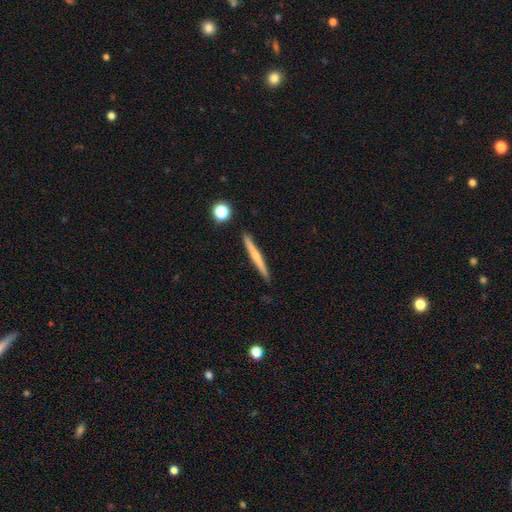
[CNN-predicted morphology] smooth_or_featured: smooth (p=0.50) [alt: featured or disk p=0.43]
how_rounded: cigar-shaped (p=0.96) [alt: in between p=0.02]
merging: none (p=0.88) [alt: minor disturbance p=0.09]